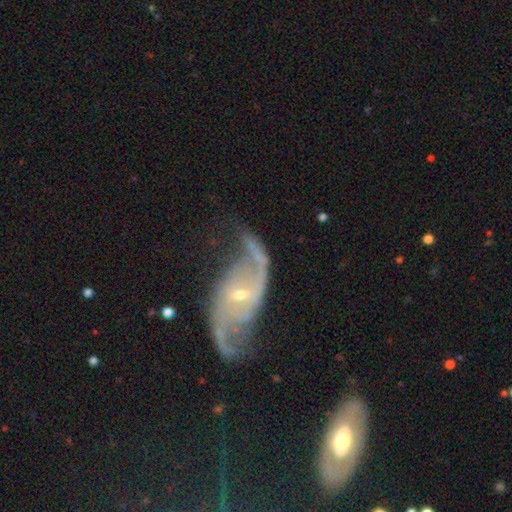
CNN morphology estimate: smooth_or_featured: featured or disk (p=0.89) [alt: star or artifact p=0.06]
disk_edge_on: no (p=0.96) [alt: yes p=0.04]
bar: weak (p=0.42) [alt: no p=0.36]
has_spiral_arms: yes (p=0.95) [alt: no p=0.05]
spiral_winding: loose (p=0.70) [alt: medium p=0.23]
spiral_arm_count: 2 (p=0.92) [alt: can't tell p=0.03]
bulge_size: small (p=0.72) [alt: moderate p=0.25]
merging: none (p=0.62) [alt: minor disturbance p=0.18]